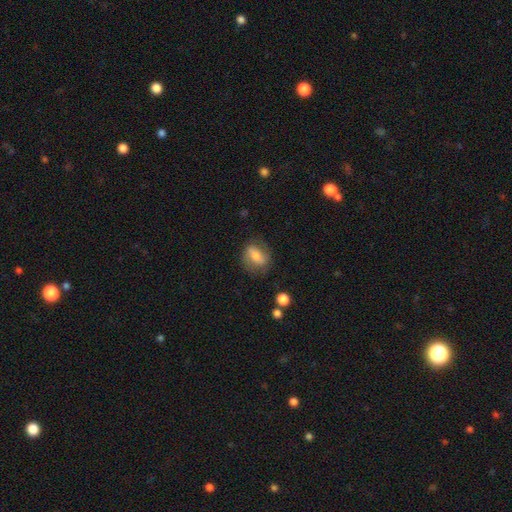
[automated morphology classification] smooth-or-featured: smooth: 56% | featured or disk: 36% | star or artifact: 8%
  how-rounded: in between: 68% | round: 28% | cigar-shaped: 3%
  merging: none: 69% | minor disturbance: 20% | major disturbance: 9% | merger: 2%